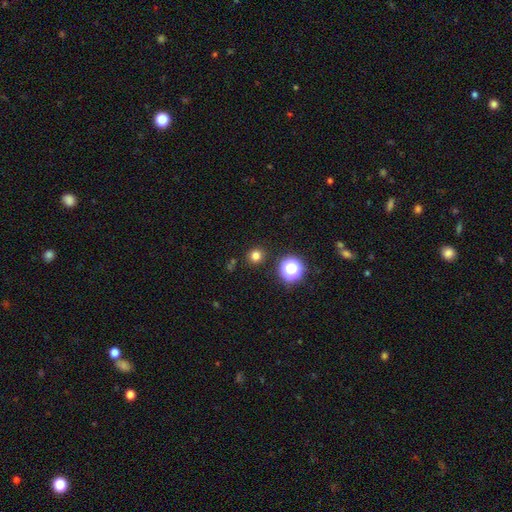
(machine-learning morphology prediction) Smooth or featured?
  - smooth: 76% *
  - star or artifact: 19%
  - featured or disk: 5%
How rounded?
  - round: 90% *
  - in between: 9%
  - cigar-shaped: 1%
Merging?
  - none: 89% *
  - minor disturbance: 6%
  - major disturbance: 2%
  - merger: 2%